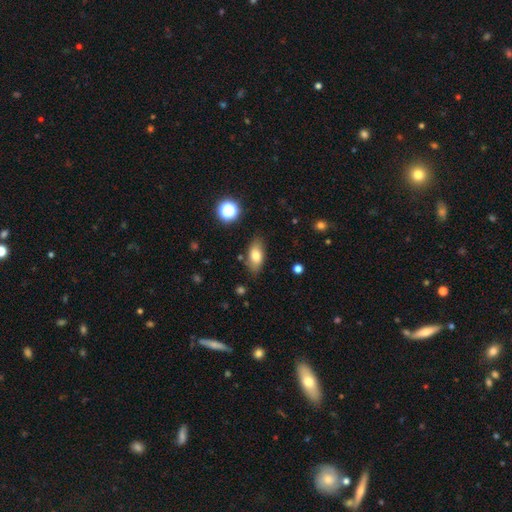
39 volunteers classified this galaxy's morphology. smooth-or-featured: smooth: 64% | featured or disk: 31% | star or artifact: 5%
  how-rounded: in between: 80% | cigar-shaped: 20% | round: 0%
  merging: none: 73% | minor disturbance: 22% | merger: 5% | major disturbance: 0%